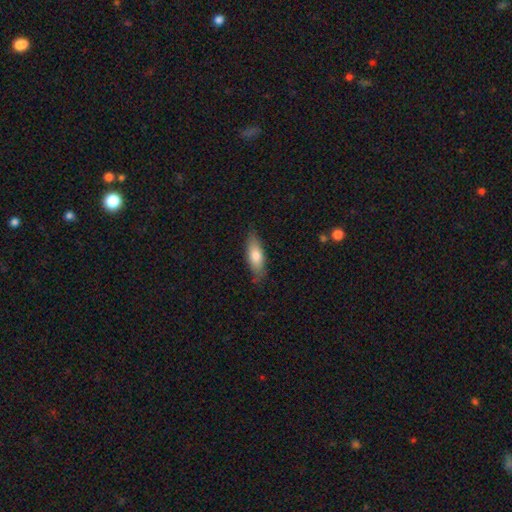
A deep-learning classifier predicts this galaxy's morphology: smooth 72%, featured or disk 22%, star or artifact 6%. Down the decision tree: how rounded — in between (63%); merging — none (80%).